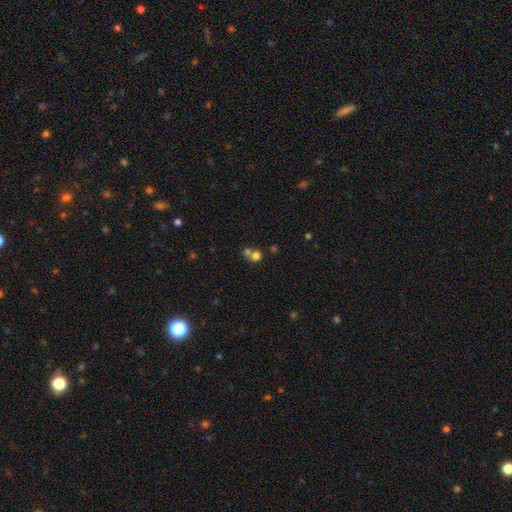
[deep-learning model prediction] Morphology: type=smooth (73%); roundness=round (78%); merging=merger (55%).